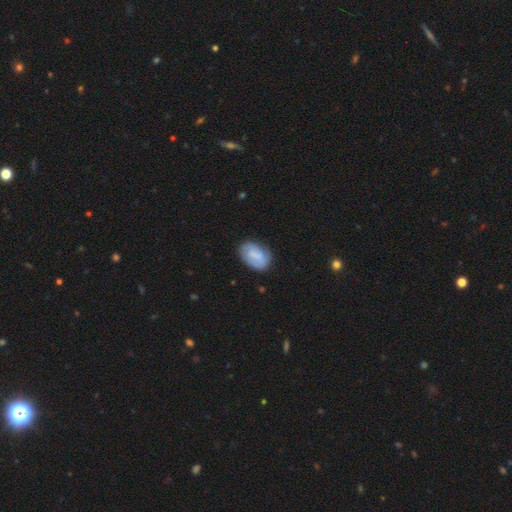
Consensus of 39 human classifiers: Volunteers were most divided on "smooth or featured": smooth: 72%, featured or disk: 26%, star or artifact: 3%. More confident: how rounded — in between (93%); merging — none (74%).